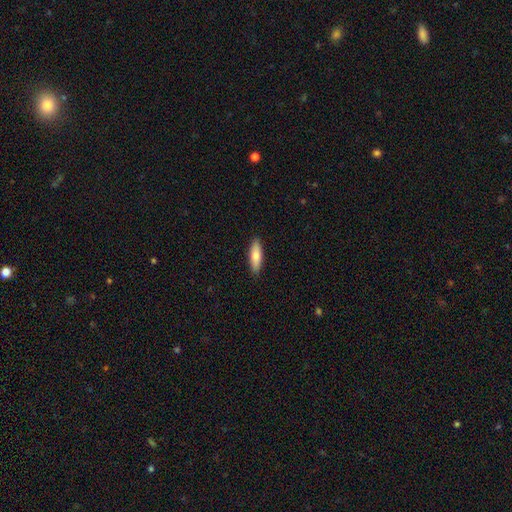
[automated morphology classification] Q: Smooth or featured?
A: smooth (75%); runner-up: featured or disk (20%)
Q: How rounded?
A: cigar-shaped (51%); runner-up: in between (47%)
Q: Merging?
A: none (89%); runner-up: minor disturbance (8%)